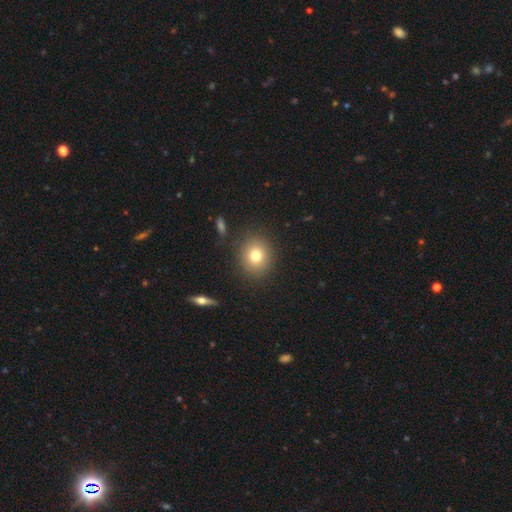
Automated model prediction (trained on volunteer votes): Smooth or featured? smooth (76%)
How rounded? round (79%)
Merging? none (86%)